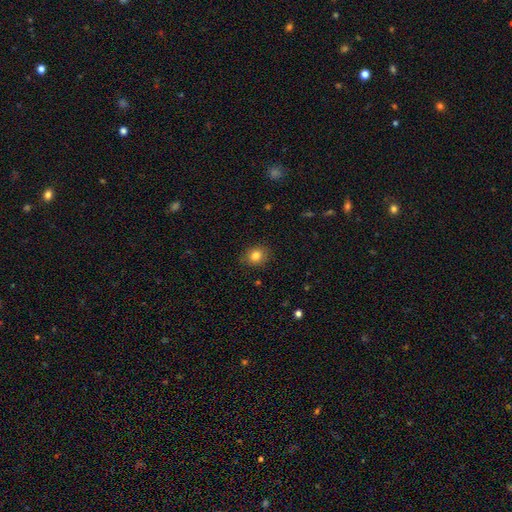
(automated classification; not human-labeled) smooth_or_featured: smooth (p=0.82) [alt: star or artifact p=0.11]
how_rounded: round (p=0.69) [alt: in between p=0.30]
merging: none (p=0.87) [alt: minor disturbance p=0.10]